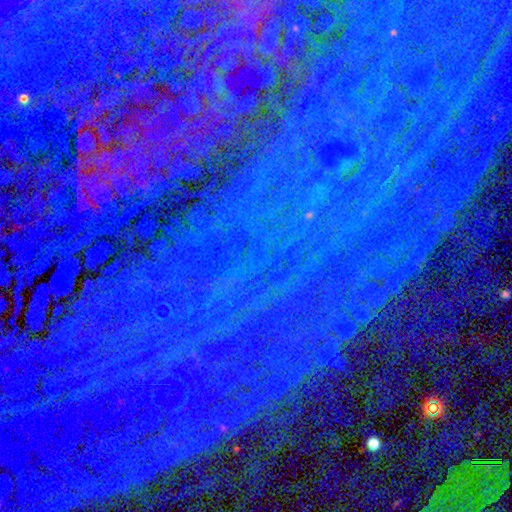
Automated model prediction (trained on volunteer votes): Overall: star or artifact (87%).